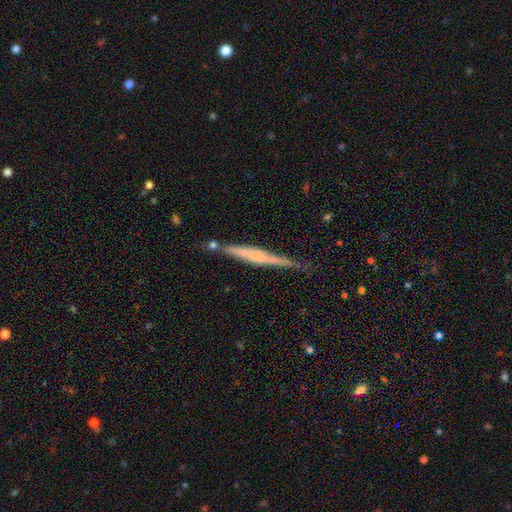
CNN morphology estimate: type=featured or disk (61%); edge-on=yes (97%); edge-on bulge=none (39%); merging=none (73%).